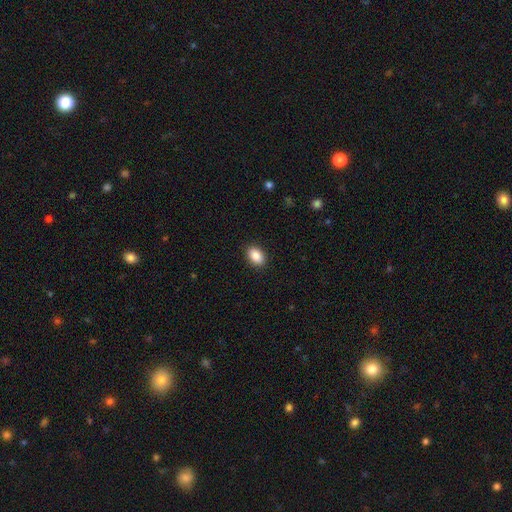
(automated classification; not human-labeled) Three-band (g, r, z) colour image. It shows a smooth galaxy with no disk features (89%) that is in between round and cigar-shaped (86%). Merging: none (90%).